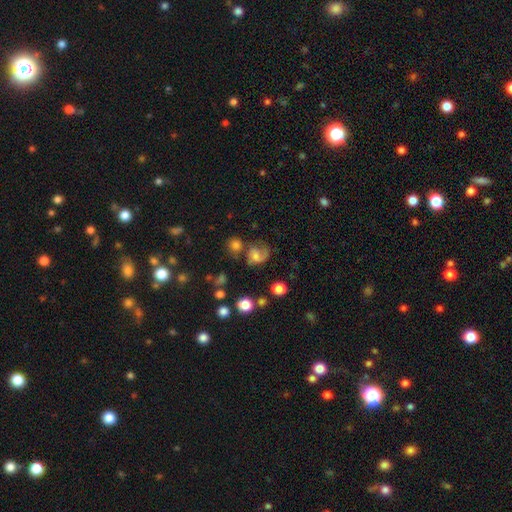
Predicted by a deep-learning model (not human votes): Smooth or featured: featured or disk — 52% (smooth — 36%)
Edge-on disk: no — 97% (yes — 3%)
Bar: no — 56% (weak — 36%)
Spiral arms: yes — 85% (no — 15%)
Bulge size: moderate — 41% (small — 32%)
Merging: none — 43% (major disturbance — 23%)